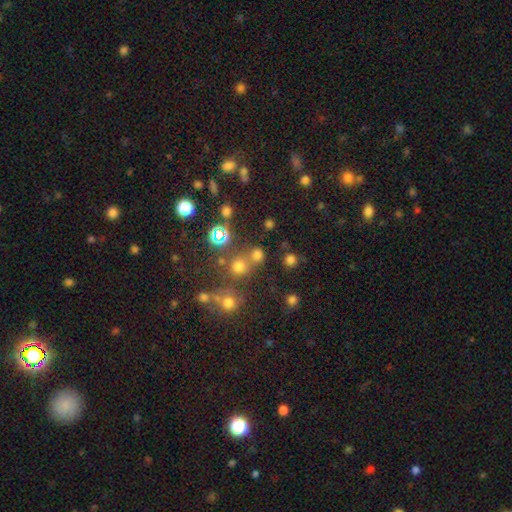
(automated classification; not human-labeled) Smooth or featured?
  - smooth: 53% *
  - star or artifact: 38%
  - featured or disk: 9%
How rounded?
  - round: 88% *
  - in between: 11%
  - cigar-shaped: 1%
Merging?
  - none: 68% *
  - merger: 20%
  - minor disturbance: 8%
  - major disturbance: 4%